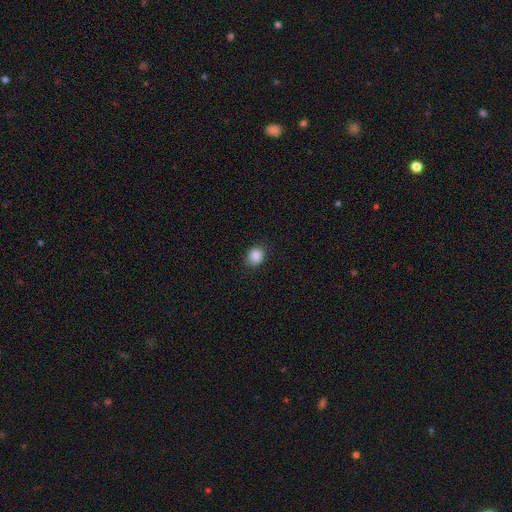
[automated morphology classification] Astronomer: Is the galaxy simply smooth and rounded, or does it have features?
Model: smooth — 88%.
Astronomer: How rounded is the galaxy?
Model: round — 57% (runner-up: in between, 42%).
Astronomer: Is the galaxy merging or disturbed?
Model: none — 84%.